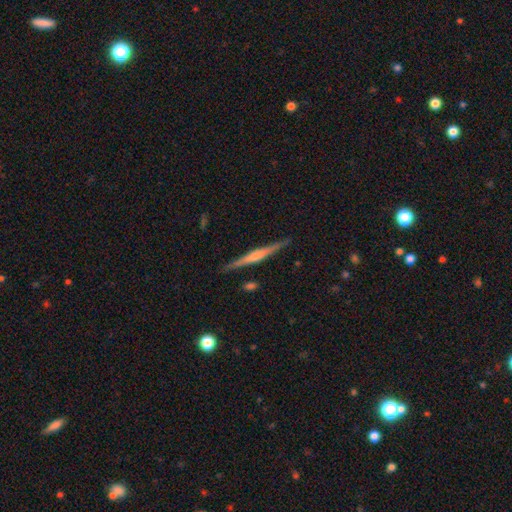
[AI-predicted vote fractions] Smooth or featured?
  - featured or disk: 67% *
  - smooth: 28%
  - star or artifact: 6%
Edge-on disk?
  - yes: 98% *
  - no: 2%
Edge-on bulge?
  - rounded: 51% *
  - none: 28%
  - boxy: 21%
Merging?
  - none: 89% *
  - minor disturbance: 8%
  - major disturbance: 2%
  - merger: 1%